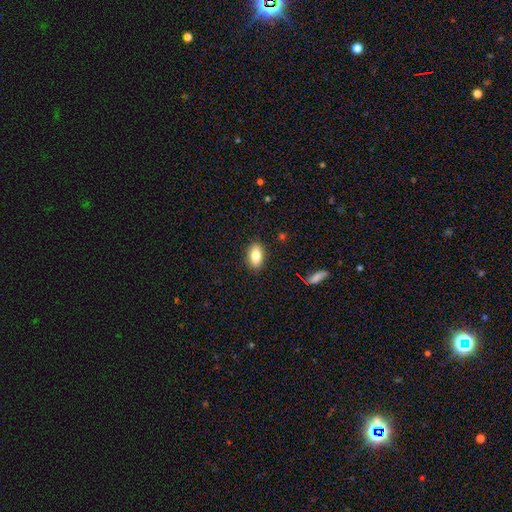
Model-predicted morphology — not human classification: Smooth or featured? Predicted: smooth (p=0.81). How rounded? Predicted: in between (p=0.90). Merging? Predicted: none (p=0.88).